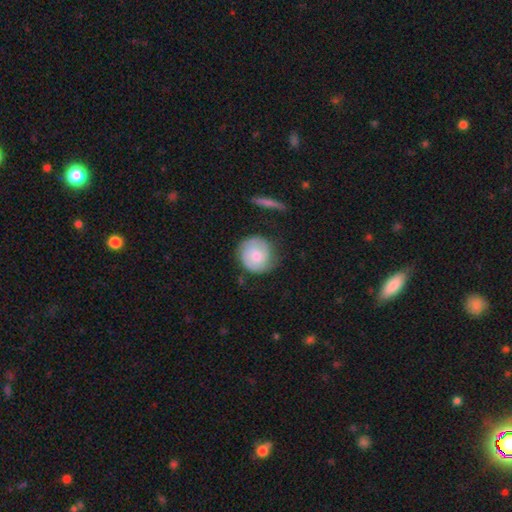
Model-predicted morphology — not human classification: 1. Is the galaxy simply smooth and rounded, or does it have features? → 60% featured or disk, 34% smooth, 6% star or artifact.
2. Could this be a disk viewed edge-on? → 98% no, 2% yes.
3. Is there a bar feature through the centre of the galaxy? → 65% no, 31% weak, 4% strong.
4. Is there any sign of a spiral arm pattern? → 91% yes, 9% no.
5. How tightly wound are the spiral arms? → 61% tight, 30% medium, 9% loose.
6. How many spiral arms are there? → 56% 2, 21% can't tell, 13% 3, 5% 1, 3% 4, 2% more than 4.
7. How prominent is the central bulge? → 47% moderate, 42% small, 5% large, 4% none, 1% dominant.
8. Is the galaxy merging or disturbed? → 74% none, 18% minor disturbance, 6% major disturbance, 2% merger.